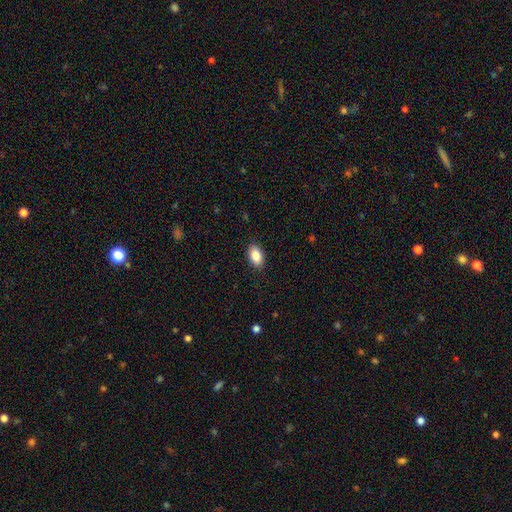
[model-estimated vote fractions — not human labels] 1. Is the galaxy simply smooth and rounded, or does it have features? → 88% smooth, 7% star or artifact, 5% featured or disk.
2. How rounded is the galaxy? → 91% in between, 7% round, 2% cigar-shaped.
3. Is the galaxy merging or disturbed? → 89% none, 8% minor disturbance, 2% major disturbance, 1% merger.